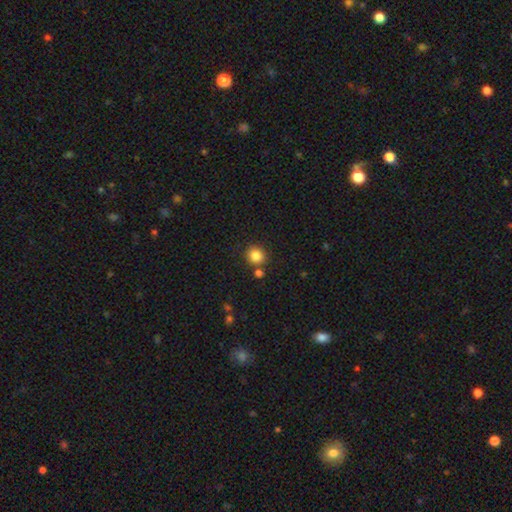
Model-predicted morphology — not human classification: Overall: smooth (84%). How rounded: round (87%). Merging: none (82%).